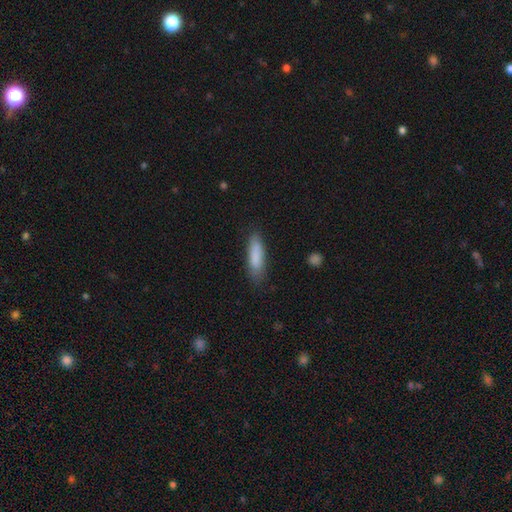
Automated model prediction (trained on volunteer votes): smooth-or-featured: smooth: 85% | featured or disk: 9% | star or artifact: 6%
  how-rounded: cigar-shaped: 62% | in between: 37% | round: 2%
  merging: none: 81% | minor disturbance: 14% | major disturbance: 3% | merger: 1%